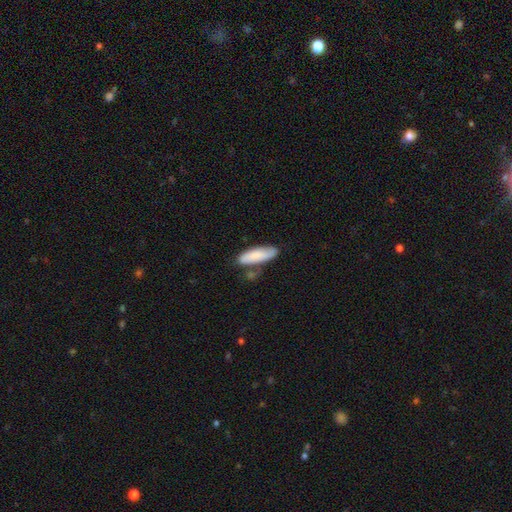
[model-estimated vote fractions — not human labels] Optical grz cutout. It shows a smooth galaxy with no disk features (78%) that is in between round and cigar-shaped (51%). Merging: none (59%).